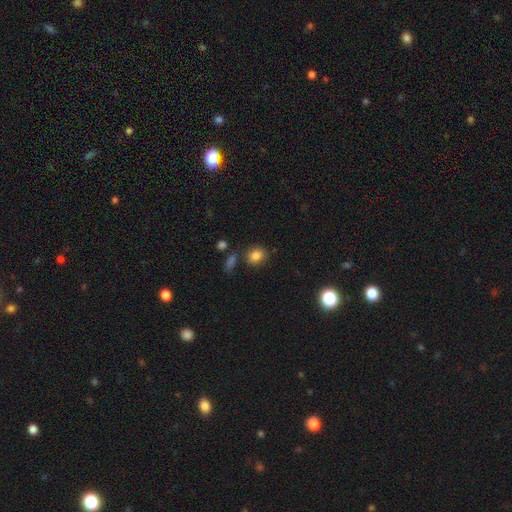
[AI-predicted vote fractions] smooth 82%, star or artifact 11%, featured or disk 7%. Down the decision tree: how rounded — round (63%); merging — none (79%).